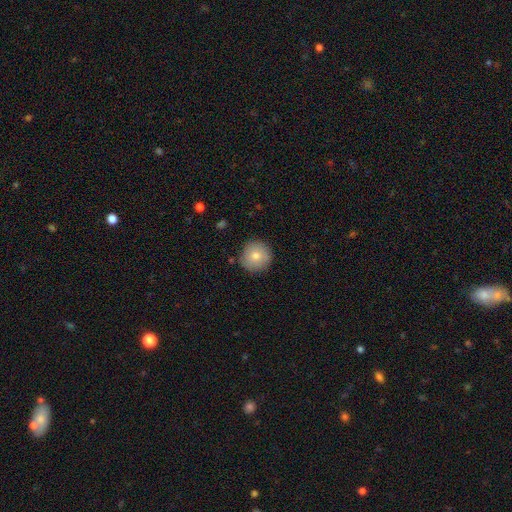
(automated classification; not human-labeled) smooth-or-featured: smooth: 75% | featured or disk: 16% | star or artifact: 9%
  how-rounded: round: 96% | in between: 3% | cigar-shaped: 1%
  merging: none: 87% | minor disturbance: 10% | major disturbance: 2% | merger: 1%